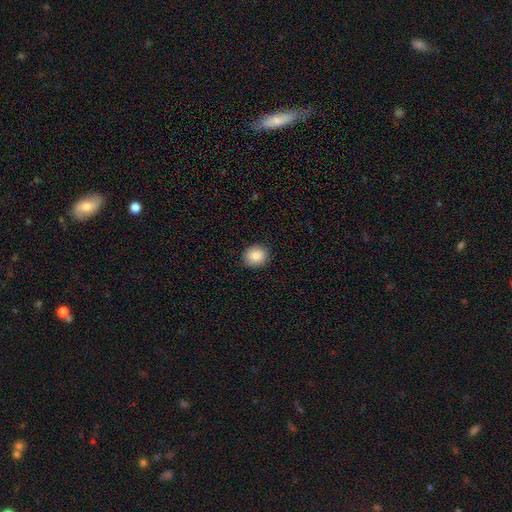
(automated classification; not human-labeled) smooth_or_featured: smooth (p=0.86) [alt: star or artifact p=0.08]
how_rounded: round (p=0.77) [alt: in between p=0.22]
merging: none (p=0.89) [alt: minor disturbance p=0.08]